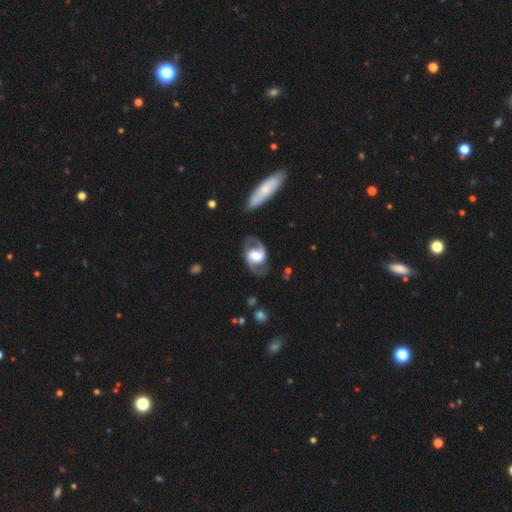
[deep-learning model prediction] Q: Smooth or featured?
A: featured or disk (83%); runner-up: smooth (12%)
Q: Edge-on disk?
A: no (97%); runner-up: yes (3%)
Q: Bar?
A: weak (41%); runner-up: no (35%)
Q: Spiral arms?
A: yes (93%); runner-up: no (7%)
Q: Spiral winding?
A: medium (55%); runner-up: loose (27%)
Q: Spiral arm count?
A: 2 (92%); runner-up: can't tell (3%)
Q: Bulge size?
A: moderate (42%); runner-up: large (38%)
Q: Merging?
A: none (76%); runner-up: minor disturbance (14%)